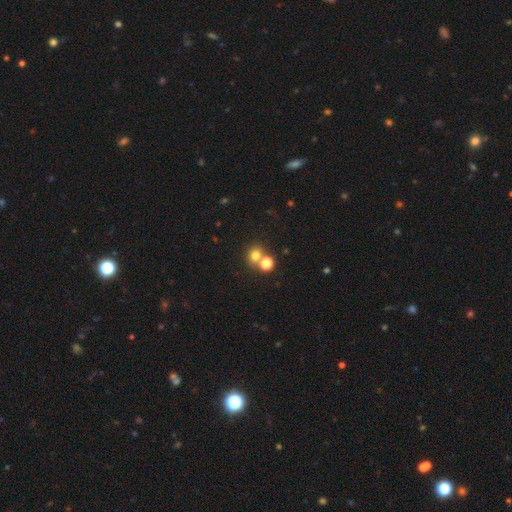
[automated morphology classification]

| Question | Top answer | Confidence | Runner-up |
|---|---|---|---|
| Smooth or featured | smooth | 73% | star or artifact (18%) |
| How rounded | round | 79% | in between (20%) |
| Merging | none | 57% | merger (33%) |